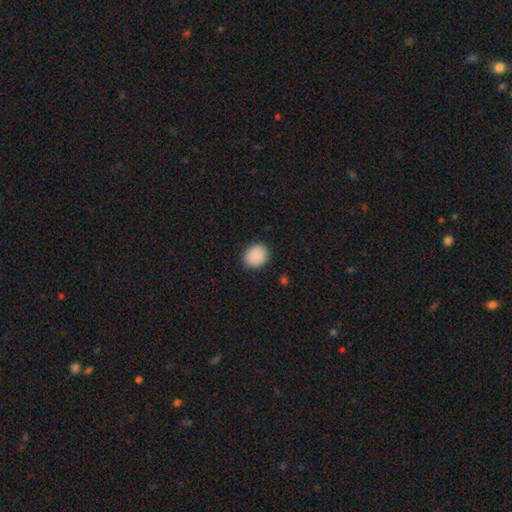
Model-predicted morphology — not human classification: type=smooth (90%); roundness=round (81%); merging=none (90%).